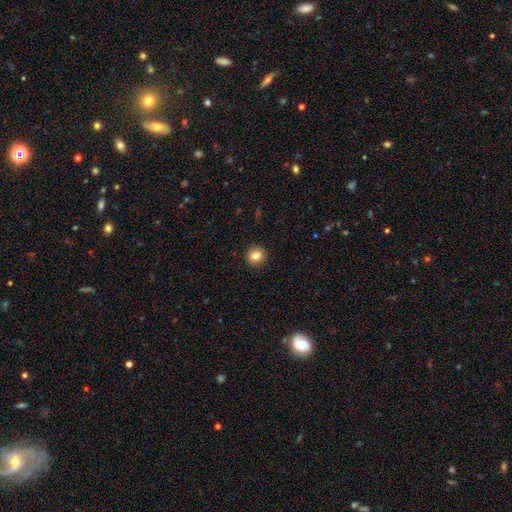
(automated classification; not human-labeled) Morphology: type=smooth (82%); roundness=round (93%); merging=none (93%).